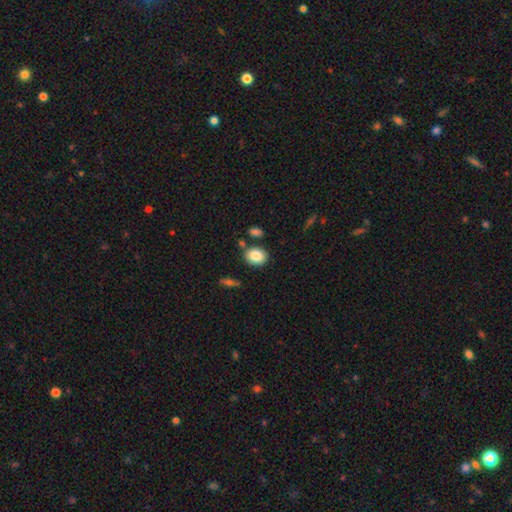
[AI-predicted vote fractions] Smooth or featured: smooth — 85% (star or artifact — 8%)
How rounded: in between — 52% (round — 47%)
Merging: none — 78% (minor disturbance — 11%)